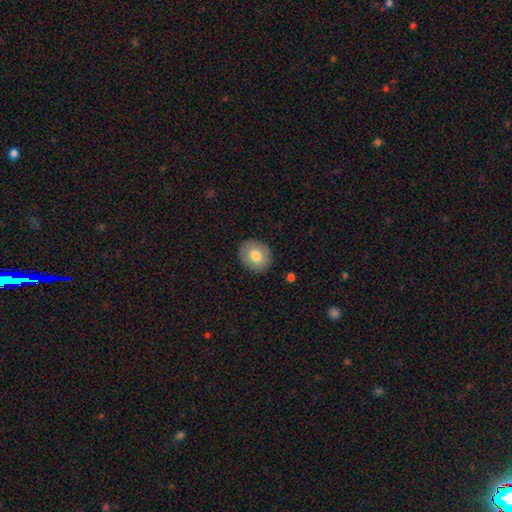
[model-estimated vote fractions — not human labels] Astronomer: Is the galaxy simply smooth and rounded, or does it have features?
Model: smooth — 76%.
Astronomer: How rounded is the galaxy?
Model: round — 60% (runner-up: in between, 39%).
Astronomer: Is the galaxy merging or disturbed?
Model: none — 87%.